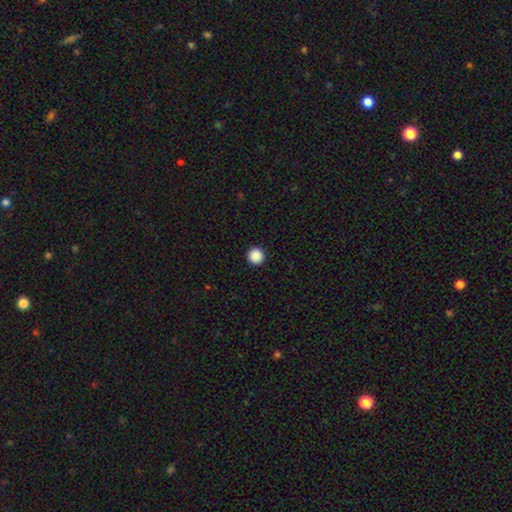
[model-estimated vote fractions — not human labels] This appears to be a smooth galaxy with no disk features (89%) that is round (96%). Merging: none (94%).